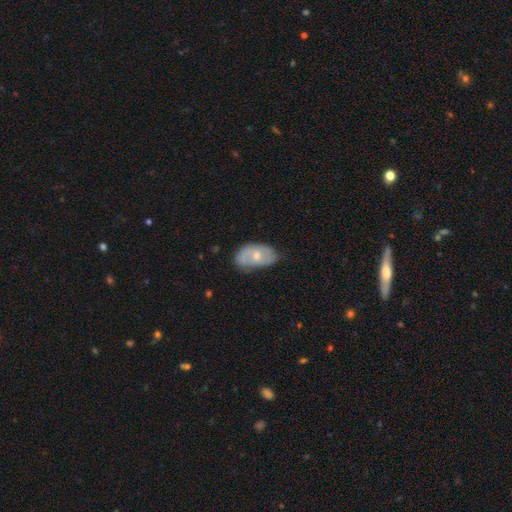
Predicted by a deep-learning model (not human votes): Overall: smooth (50%; featured or disk 44%). Merging: none (51%; minor disturbance 36%).